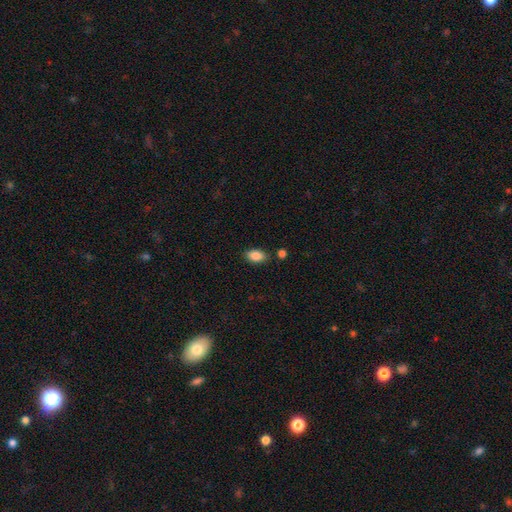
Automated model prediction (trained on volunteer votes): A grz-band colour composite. It shows a smooth galaxy with no disk features (86%) that is in between round and cigar-shaped (90%). Merging: none (83%).